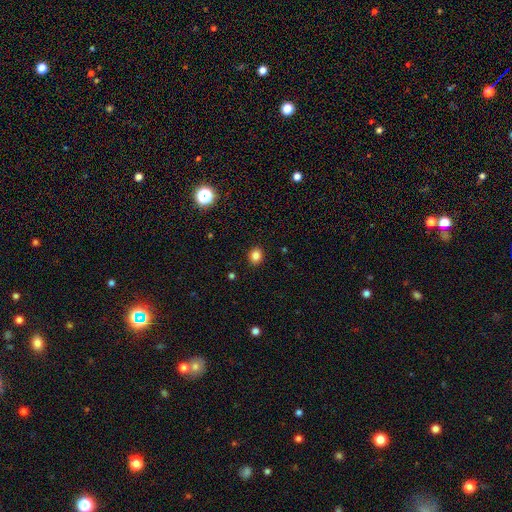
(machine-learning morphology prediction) A smooth galaxy with no disk features (83%) that is round (71%). Merging: none (91%).